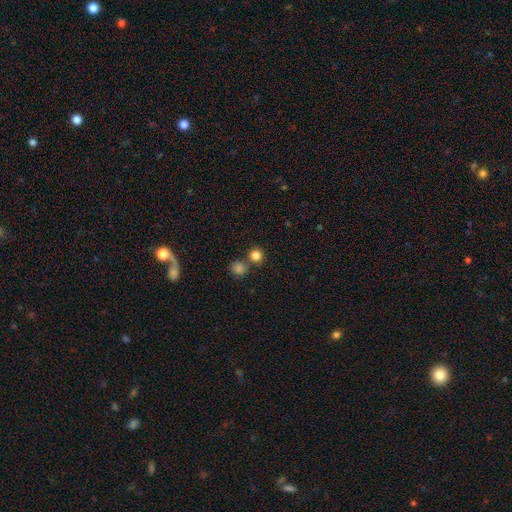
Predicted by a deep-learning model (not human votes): smooth_or_featured: smooth (p=0.82) [alt: star or artifact p=0.13]
how_rounded: round (p=0.92) [alt: in between p=0.07]
merging: none (p=0.65) [alt: merger p=0.25]